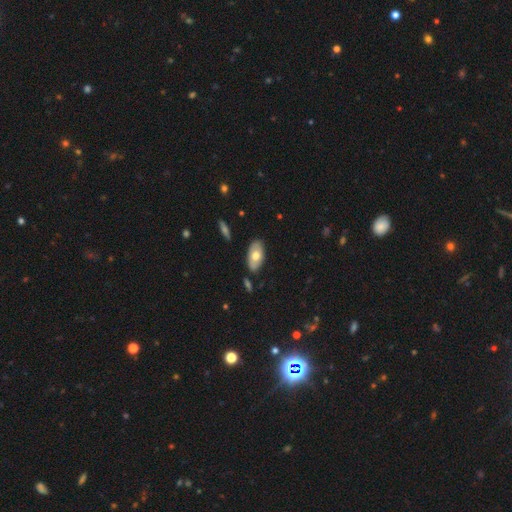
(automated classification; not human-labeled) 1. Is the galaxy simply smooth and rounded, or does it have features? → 63% smooth, 31% featured or disk, 6% star or artifact.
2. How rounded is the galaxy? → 93% in between, 4% round, 3% cigar-shaped.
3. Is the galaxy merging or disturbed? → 83% none, 12% minor disturbance, 3% merger, 2% major disturbance.